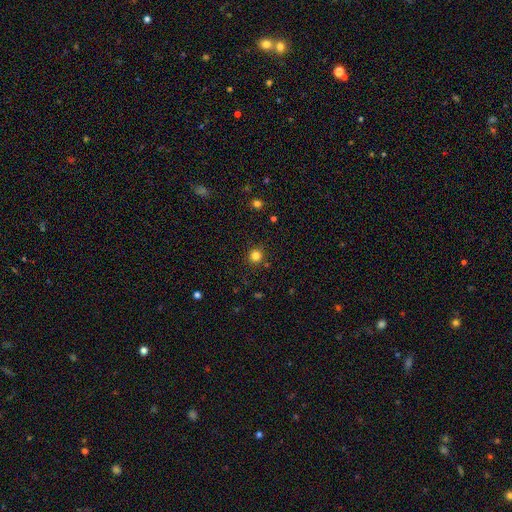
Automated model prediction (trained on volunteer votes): This is clearly a smooth galaxy (81%). How rounded: clearly round (94%). Merging: clearly none (90%).